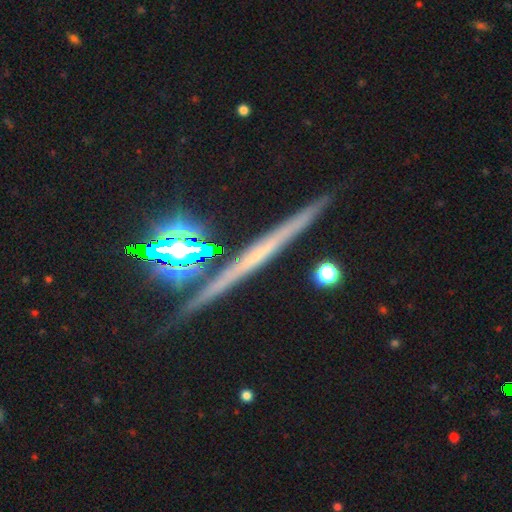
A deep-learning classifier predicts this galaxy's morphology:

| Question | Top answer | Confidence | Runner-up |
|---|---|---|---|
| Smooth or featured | featured or disk | 54% | star or artifact (27%) |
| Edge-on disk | yes | 95% | no (5%) |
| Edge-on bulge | none | 71% | rounded (20%) |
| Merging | none | 88% | minor disturbance (7%) |